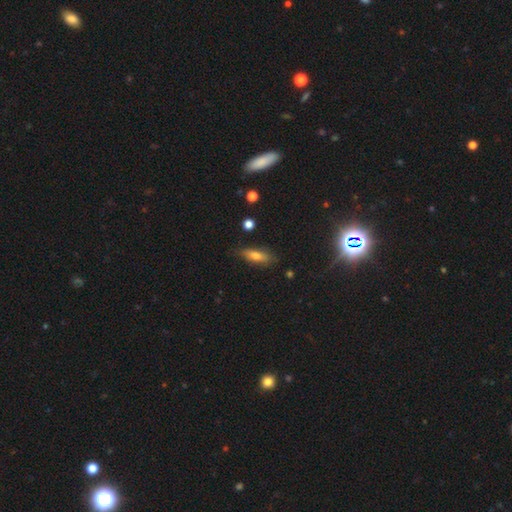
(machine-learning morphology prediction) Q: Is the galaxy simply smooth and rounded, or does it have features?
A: smooth — 70%.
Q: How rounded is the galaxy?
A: in between — 58%.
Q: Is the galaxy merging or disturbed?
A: none — 77%.